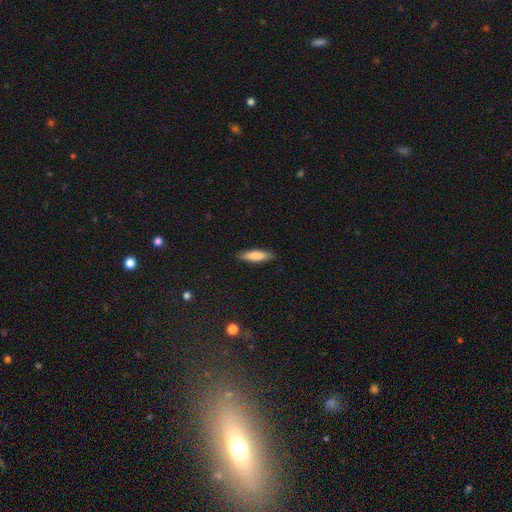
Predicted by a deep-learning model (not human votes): This appears to be a smooth galaxy with no disk features (80%) that is cigar-shaped (69%). Merging: none (88%).